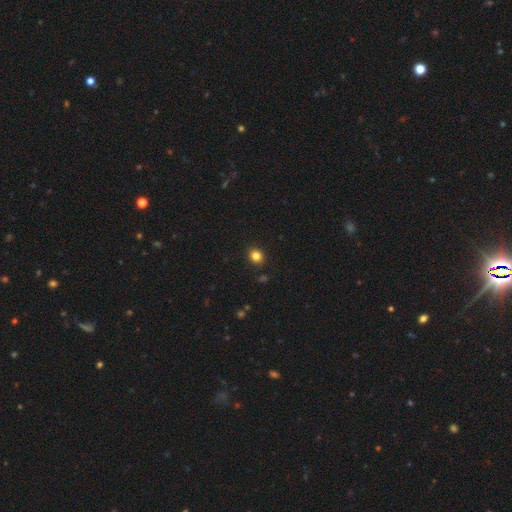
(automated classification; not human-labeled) smooth 82%, star or artifact 12%, featured or disk 5%. Down the decision tree: how rounded — round (75%); merging — none (91%).